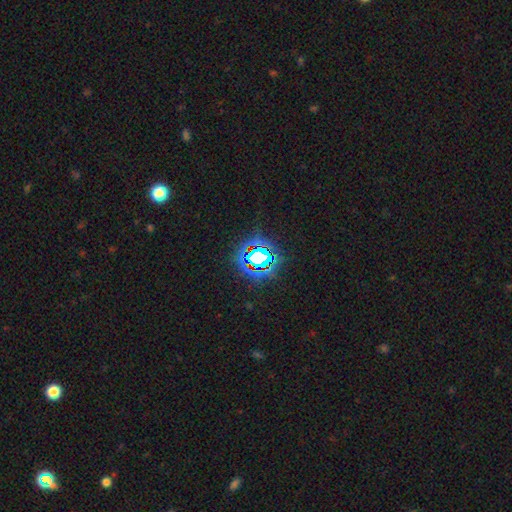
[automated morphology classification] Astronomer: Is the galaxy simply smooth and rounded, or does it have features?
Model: star or artifact — 71%.